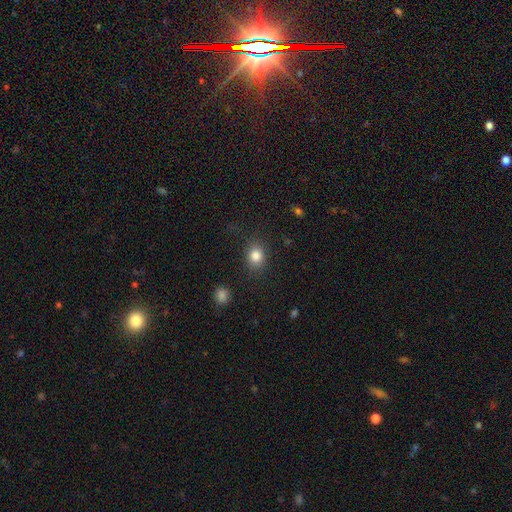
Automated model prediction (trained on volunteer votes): A smooth galaxy with no disk features (83%) that is round (61%). Merging: none (81%).